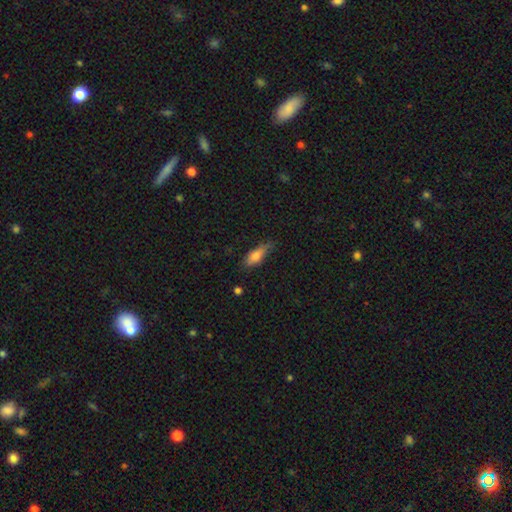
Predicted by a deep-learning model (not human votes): A smooth galaxy with no disk features (72%) that is in between round and cigar-shaped (62%).

Vote fractions:
- Smooth or featured? smooth: 72% / featured or disk: 20% / star or artifact: 8%
- How rounded? in between: 62% / cigar-shaped: 35% / round: 3%
- Merging? none: 59% / minor disturbance: 31% / major disturbance: 8% / merger: 2%